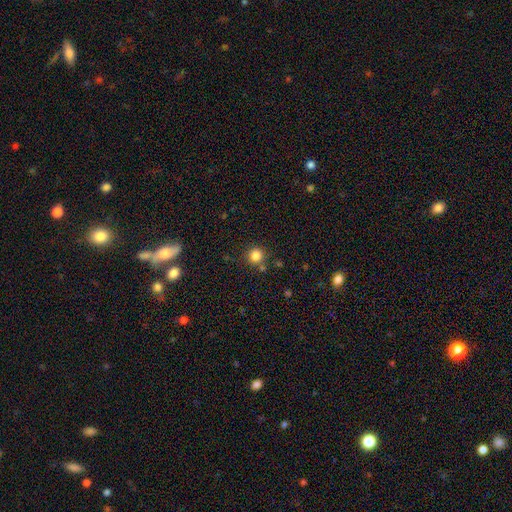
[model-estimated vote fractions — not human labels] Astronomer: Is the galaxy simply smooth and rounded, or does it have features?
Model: smooth — 83%.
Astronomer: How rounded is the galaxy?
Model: round — 94%.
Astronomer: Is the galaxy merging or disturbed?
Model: none — 82%.